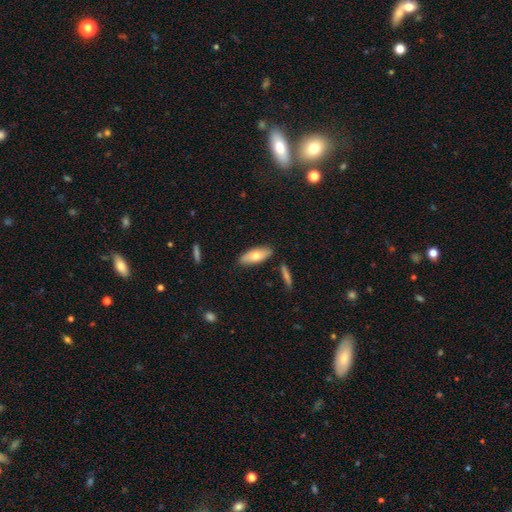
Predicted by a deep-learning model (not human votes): The model was most divided on "smooth or featured": smooth: 69%, featured or disk: 25%, star or artifact: 6%. More confident: merging — none (85%); how rounded — in between (72%).